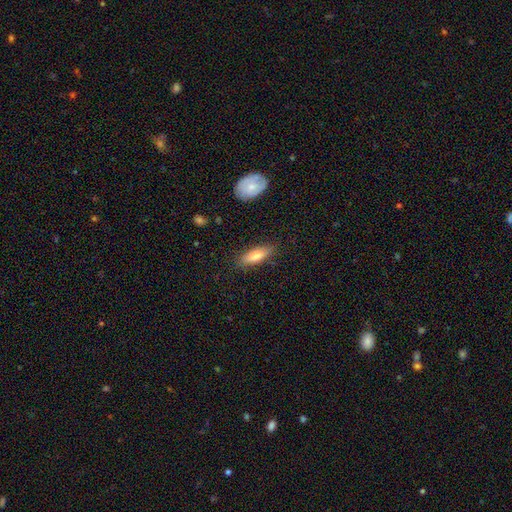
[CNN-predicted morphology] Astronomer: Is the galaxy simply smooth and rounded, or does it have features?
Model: smooth — 74%.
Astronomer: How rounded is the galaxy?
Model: in between — 57% (runner-up: cigar-shaped, 41%).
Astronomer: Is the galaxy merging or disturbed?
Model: none — 84%.